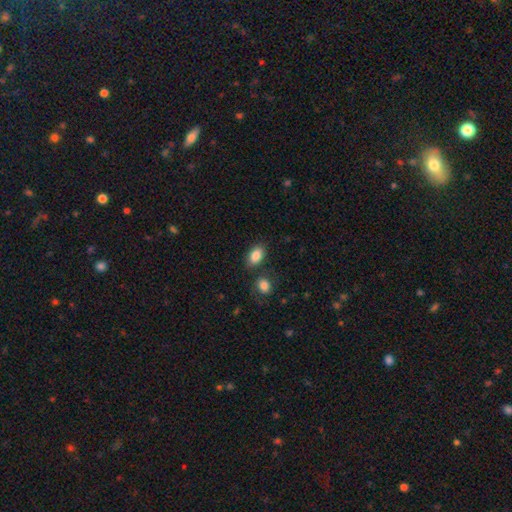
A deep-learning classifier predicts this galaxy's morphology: smooth 87%, star or artifact 7%, featured or disk 6%. Down the decision tree: how rounded — in between (89%); merging — none (76%).